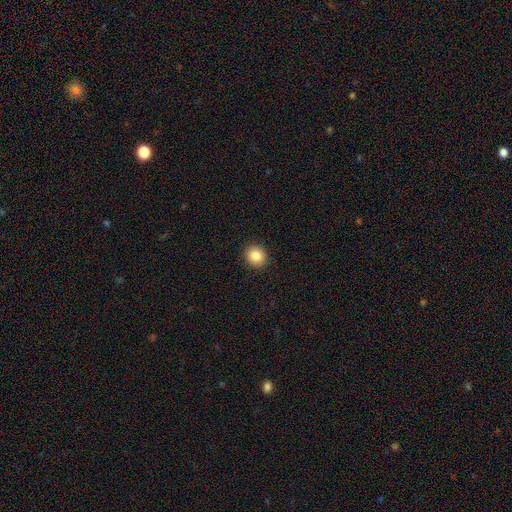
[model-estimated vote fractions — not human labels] The model was most divided on "smooth or featured": smooth: 85%, star or artifact: 10%, featured or disk: 5%. More confident: merging — none (92%); how rounded — round (90%).